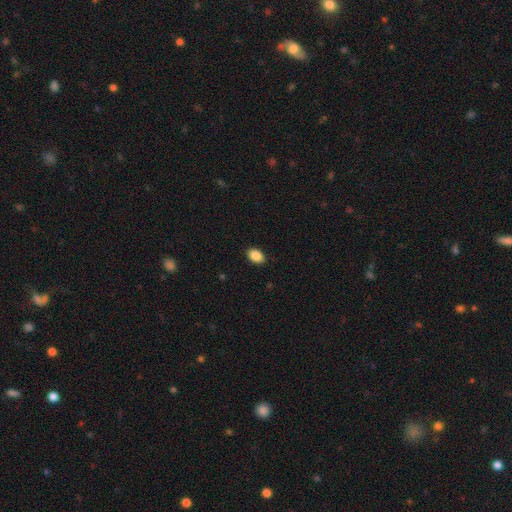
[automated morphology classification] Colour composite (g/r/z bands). It shows a smooth galaxy with no disk features (88%) that is in between round and cigar-shaped (87%). Merging: none (90%).